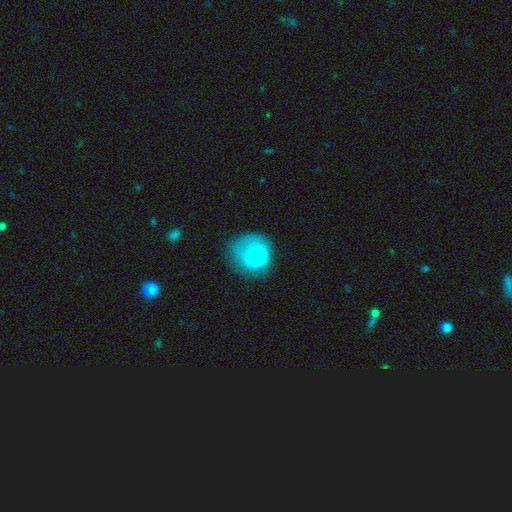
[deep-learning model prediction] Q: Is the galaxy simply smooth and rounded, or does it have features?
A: smooth — 66%.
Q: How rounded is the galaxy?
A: round — 78%.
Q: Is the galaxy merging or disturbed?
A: none — 49%.